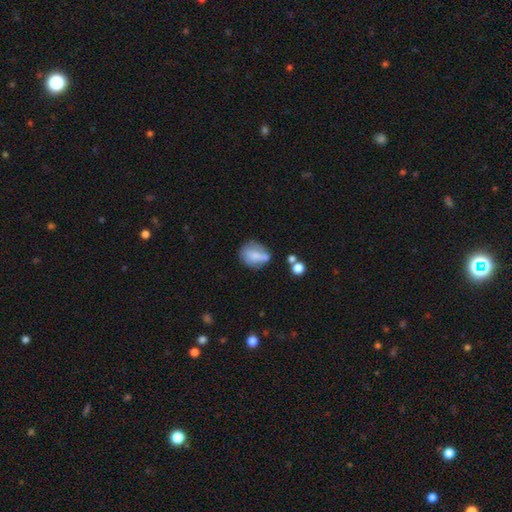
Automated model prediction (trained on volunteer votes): smooth_or_featured: smooth (p=0.64) [alt: featured or disk p=0.26]
how_rounded: round (p=0.52) [alt: in between p=0.46]
merging: none (p=0.46) [alt: minor disturbance p=0.28]